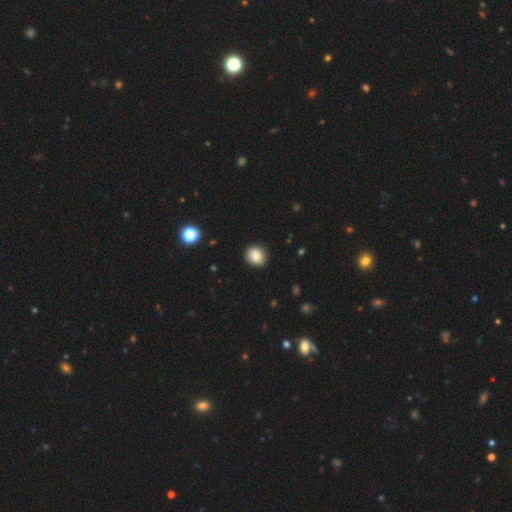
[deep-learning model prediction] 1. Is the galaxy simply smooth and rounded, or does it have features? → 84% smooth, 9% star or artifact, 7% featured or disk.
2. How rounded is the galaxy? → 79% round, 20% in between, 1% cigar-shaped.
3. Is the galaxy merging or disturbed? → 88% none, 9% minor disturbance, 2% major disturbance, 1% merger.